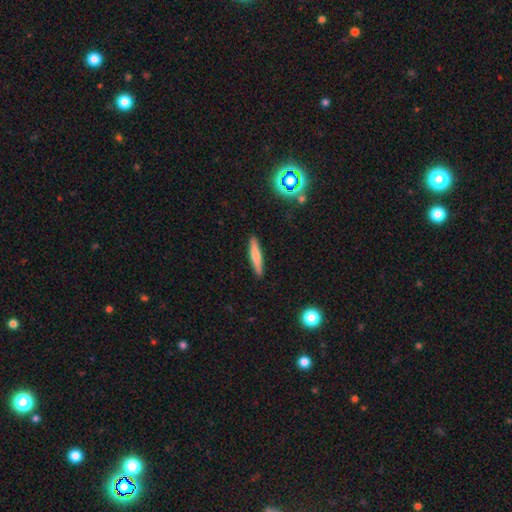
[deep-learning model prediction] Smooth or featured: smooth — 70% (featured or disk — 23%)
How rounded: cigar-shaped — 91% (in between — 8%)
Merging: none — 90% (minor disturbance — 7%)